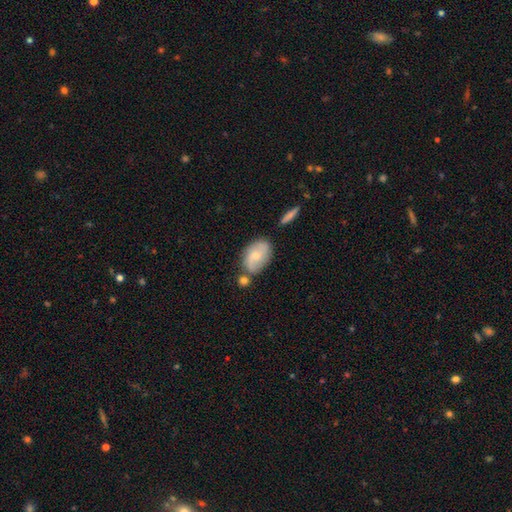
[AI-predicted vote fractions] Morphology: type=smooth (48%); merging=none (64%).